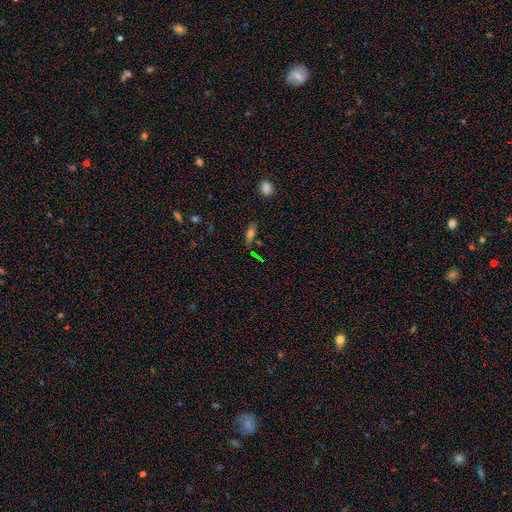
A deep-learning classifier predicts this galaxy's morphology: type=smooth (48%); merging=none (78%).